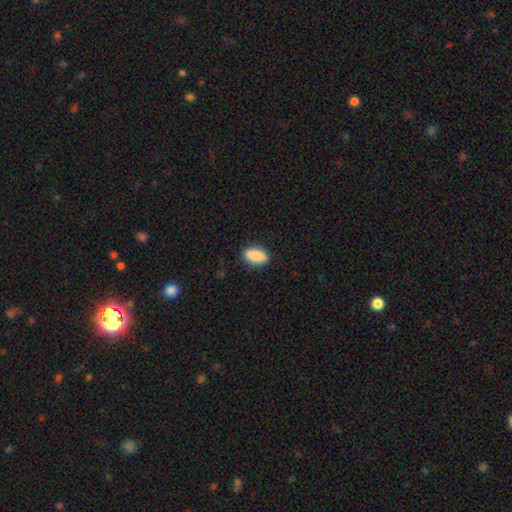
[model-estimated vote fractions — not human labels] smooth 88%, star or artifact 7%, featured or disk 5%. Down the decision tree: how rounded — in between (83%); merging — none (86%).